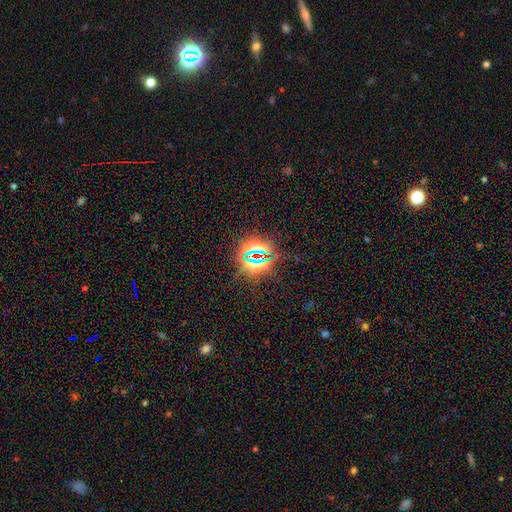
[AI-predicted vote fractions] The model was most divided on "smooth or featured": star or artifact: 80%, smooth: 12%, featured or disk: 8%.